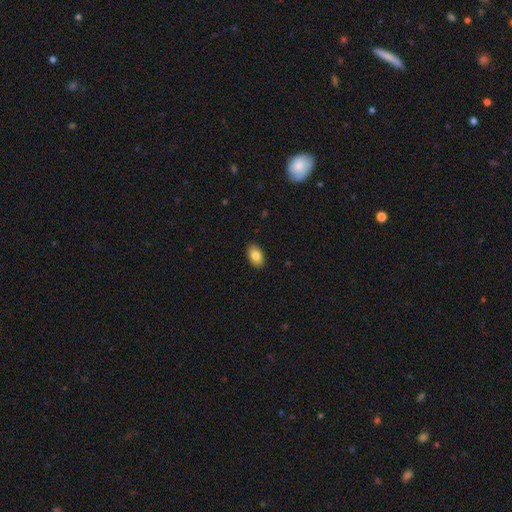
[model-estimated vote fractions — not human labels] A smooth galaxy with no disk features (83%) that is in between round and cigar-shaped (90%).

Vote fractions:
- Smooth or featured? smooth: 83% / featured or disk: 9% / star or artifact: 7%
- How rounded? in between: 90% / round: 8% / cigar-shaped: 1%
- Merging? none: 90% / minor disturbance: 8% / major disturbance: 2% / merger: 1%